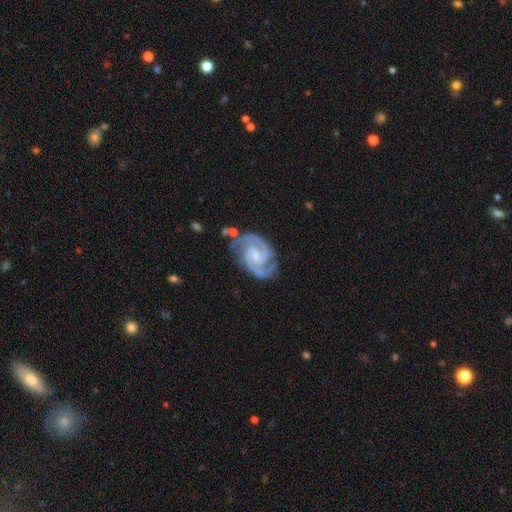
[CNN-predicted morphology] Smooth or featured?
  - featured or disk: 93% *
  - star or artifact: 4%
  - smooth: 3%
Edge-on disk?
  - no: 98% *
  - yes: 2%
Bar?
  - weak: 50% *
  - no: 33%
  - strong: 17%
Spiral arms?
  - yes: 99% *
  - no: 1%
Spiral winding?
  - tight: 53% *
  - medium: 43%
  - loose: 4%
Spiral arm count?
  - 2: 86% *
  - 3: 7%
  - can't tell: 2%
  - 4: 1%
  - 1: 1%
  - more than 4: 1%
Bulge size?
  - small: 48% *
  - none: 25%
  - moderate: 23%
  - large: 2%
  - dominant: 1%
Merging?
  - none: 74% *
  - minor disturbance: 17%
  - major disturbance: 5%
  - merger: 3%